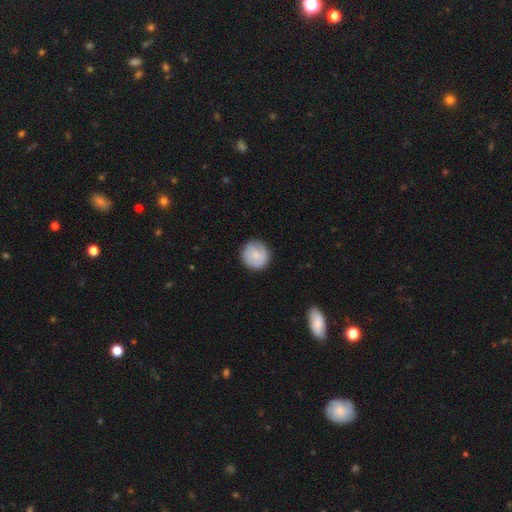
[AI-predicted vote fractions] Smooth or featured? Predicted: smooth (p=0.70). How rounded? Predicted: round (p=0.93). Merging? Predicted: none (p=0.86).